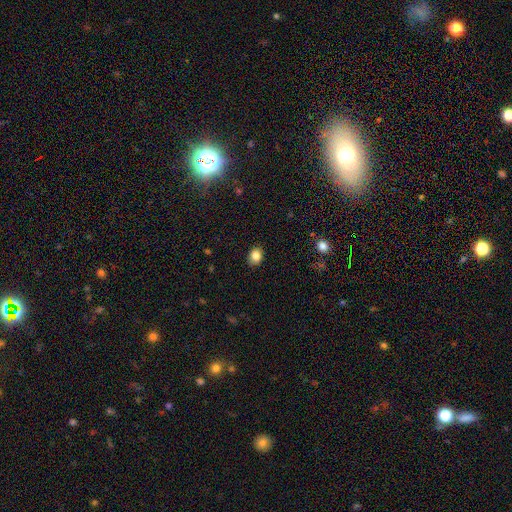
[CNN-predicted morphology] Smooth or featured? smooth (85%)
How rounded? in between (54%)
Merging? none (86%)